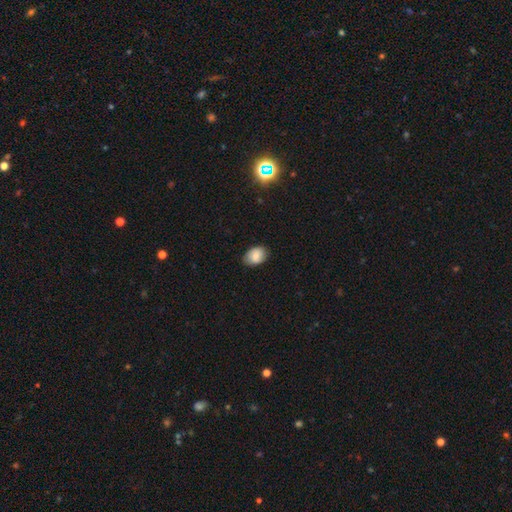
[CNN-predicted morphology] A smooth galaxy with no disk features (81%) that is in between round and cigar-shaped (78%). Merging: none (80%).